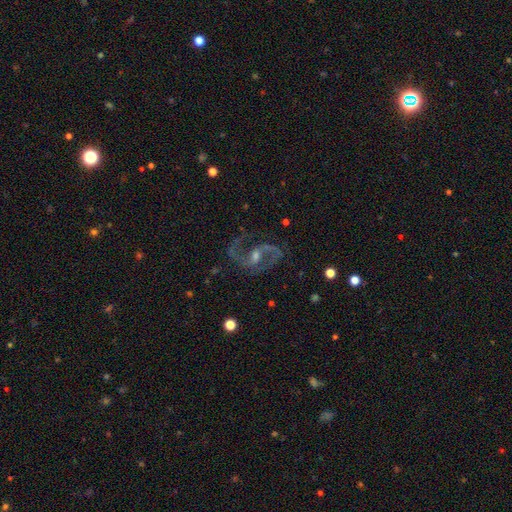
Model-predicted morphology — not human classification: This is clearly a featured or disk galaxy (89%). It is clearly not viewed edge-on (97%). Bar: marginally weak (44%). Spiral arm pattern: clearly yes (97%). Spiral arm count: clearly 2 (93%). Spiral winding: possibly medium (60%). Central bulge: possibly moderate (53%). Merging: likely none (78%).